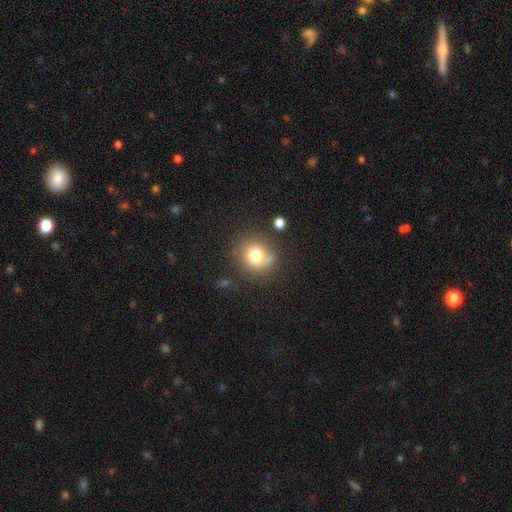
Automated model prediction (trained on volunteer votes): Q: Smooth or featured?
A: smooth (75%); runner-up: featured or disk (13%)
Q: How rounded?
A: round (86%); runner-up: in between (13%)
Q: Merging?
A: none (66%); runner-up: minor disturbance (17%)